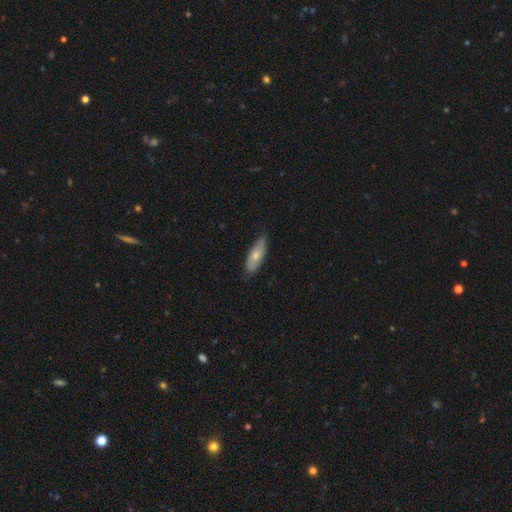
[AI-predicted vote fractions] Morphology: type=smooth (66%); roundness=in between (66%); merging=none (75%).